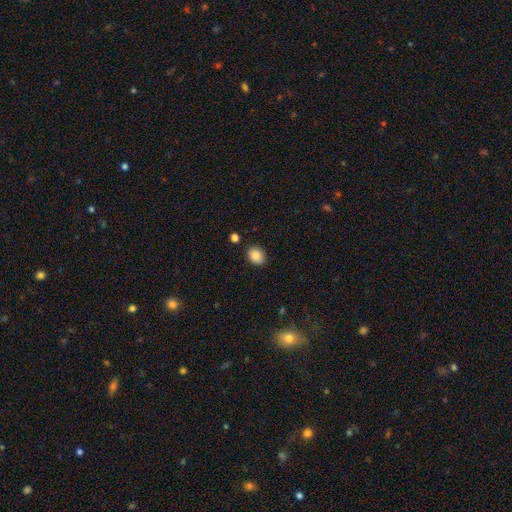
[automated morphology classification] Q: Smooth or featured?
A: smooth (87%); runner-up: star or artifact (9%)
Q: How rounded?
A: in between (53%); runner-up: round (46%)
Q: Merging?
A: none (86%); runner-up: minor disturbance (9%)